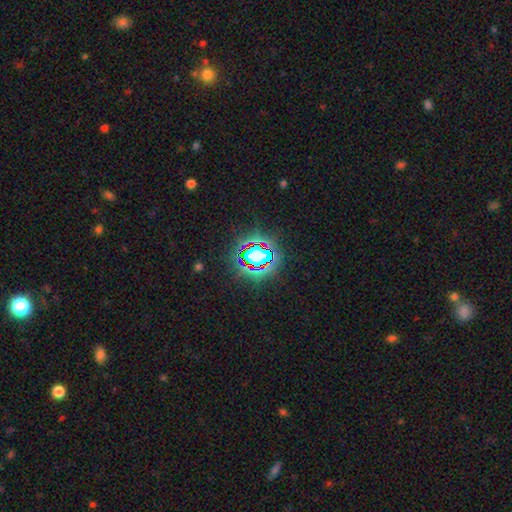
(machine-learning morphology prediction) This is likely a star or artifact rather than a galaxy (70%).